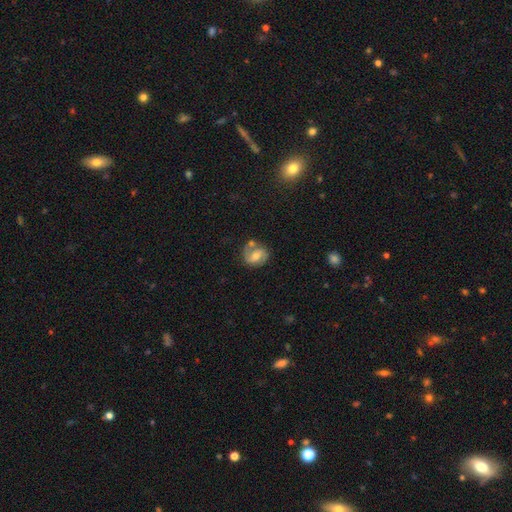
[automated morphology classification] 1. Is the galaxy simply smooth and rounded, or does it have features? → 55% featured or disk, 37% smooth, 8% star or artifact.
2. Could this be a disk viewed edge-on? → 97% no, 3% yes.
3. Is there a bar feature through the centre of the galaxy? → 45% weak, 35% no, 20% strong.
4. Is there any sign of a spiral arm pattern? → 84% yes, 16% no.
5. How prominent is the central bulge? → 53% moderate, 31% small, 9% large, 6% none, 2% dominant.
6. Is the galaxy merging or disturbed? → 58% none, 19% minor disturbance, 14% merger, 9% major disturbance.